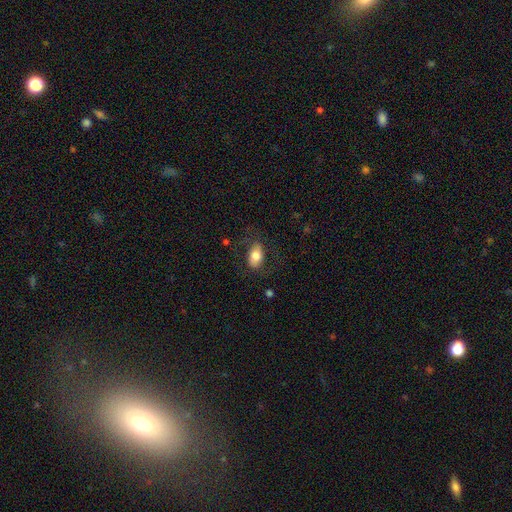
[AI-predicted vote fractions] Overall: smooth (73%). How rounded: in between (90%). Merging: none (72%).